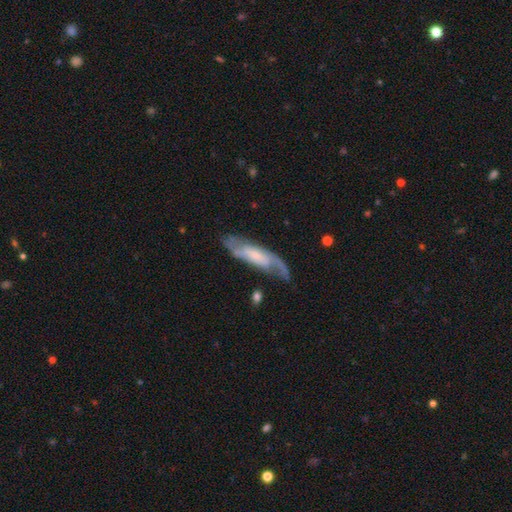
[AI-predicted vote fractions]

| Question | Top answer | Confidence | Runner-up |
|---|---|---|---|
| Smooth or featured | featured or disk | 78% | smooth (17%) |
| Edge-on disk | no | 84% | yes (16%) |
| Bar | no | 46% | weak (38%) |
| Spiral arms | yes | 94% | no (6%) |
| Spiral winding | medium | 48% | tight (28%) |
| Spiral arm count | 2 | 77% | can't tell (12%) |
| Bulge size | small | 51% | moderate (26%) |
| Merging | none | 70% | minor disturbance (18%) |